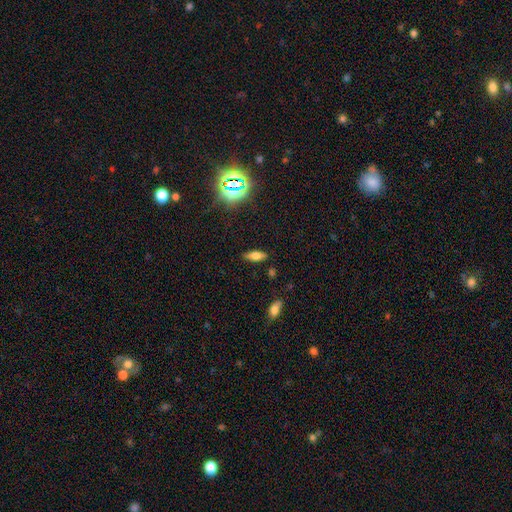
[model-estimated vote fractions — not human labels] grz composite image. It shows a smooth galaxy with no disk features (60%) that is in between round and cigar-shaped (66%). Merging: none (87%).